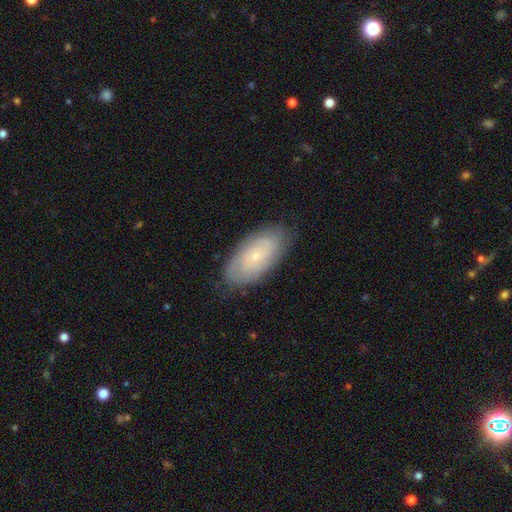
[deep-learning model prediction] Smooth or featured: featured or disk — 58% (smooth — 34%)
Edge-on disk: no — 92% (yes — 8%)
Bar: no — 82% (weak — 16%)
Spiral arms: yes — 81% (no — 19%)
Bulge size: small — 81% (moderate — 15%)
Merging: none — 82% (minor disturbance — 14%)